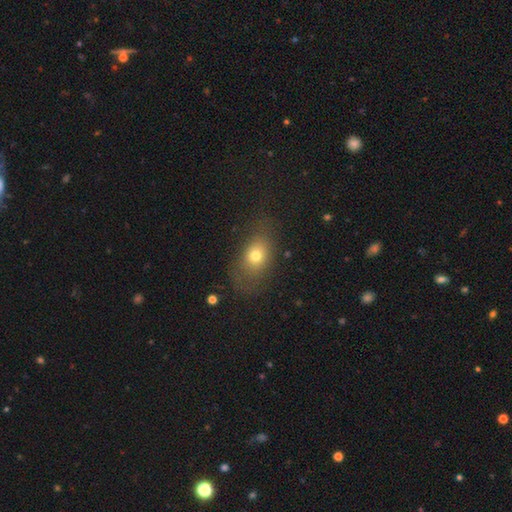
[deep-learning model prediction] This appears to be a smooth galaxy with no disk features (71%) that is in between round and cigar-shaped (69%). Merging: none (68%).